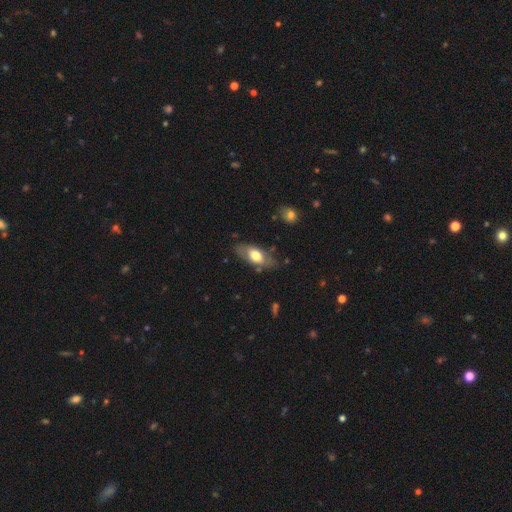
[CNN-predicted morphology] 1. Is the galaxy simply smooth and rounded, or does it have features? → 60% smooth, 34% featured or disk, 6% star or artifact.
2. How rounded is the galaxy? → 86% in between, 11% cigar-shaped, 4% round.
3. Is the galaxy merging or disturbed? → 74% none, 18% minor disturbance, 5% major disturbance, 3% merger.